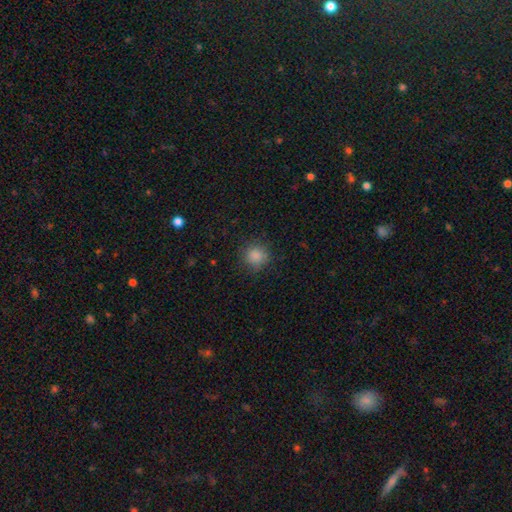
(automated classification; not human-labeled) Morphology: type=smooth (85%); roundness=round (93%); merging=none (85%).